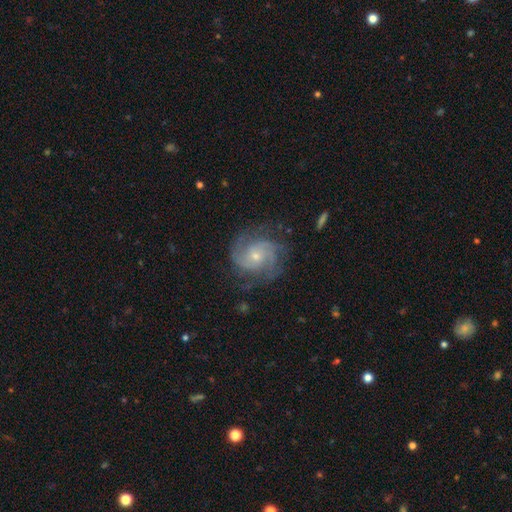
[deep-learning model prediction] Smooth or featured?
  - featured or disk: 87% *
  - smooth: 7%
  - star or artifact: 6%
Edge-on disk?
  - no: 98% *
  - yes: 2%
Bar?
  - no: 70% *
  - weak: 25%
  - strong: 5%
Spiral arms?
  - yes: 97% *
  - no: 3%
Spiral winding?
  - tight: 47% *
  - medium: 43%
  - loose: 10%
Spiral arm count?
  - 2: 36% *
  - 3: 30%
  - can't tell: 15%
  - 4: 8%
  - 1: 5%
  - more than 4: 5%
Bulge size?
  - small: 67% *
  - moderate: 29%
  - none: 2%
  - large: 1%
  - dominant: 1%
Merging?
  - none: 75% *
  - minor disturbance: 16%
  - major disturbance: 8%
  - merger: 1%